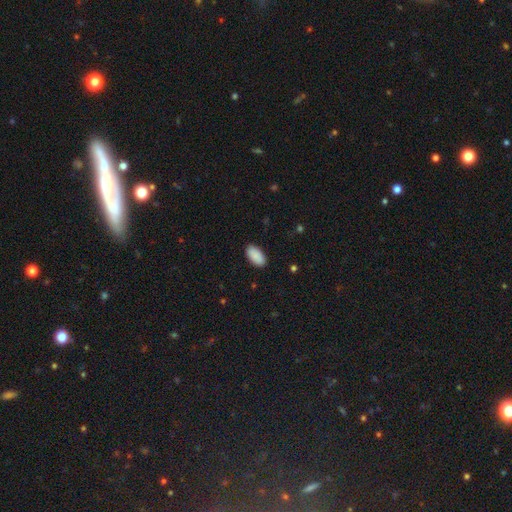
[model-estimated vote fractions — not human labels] A smooth galaxy with no disk features (91%) that is in between round and cigar-shaped (95%). Merging: none (89%).